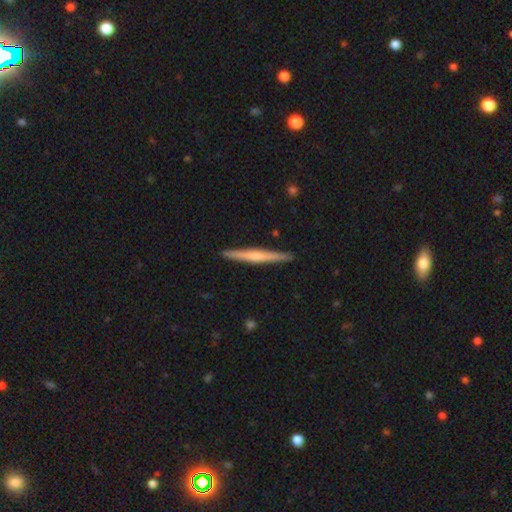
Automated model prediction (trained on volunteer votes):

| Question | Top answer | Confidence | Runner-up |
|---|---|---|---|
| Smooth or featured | featured or disk | 57% | smooth (38%) |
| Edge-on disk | yes | 98% | no (2%) |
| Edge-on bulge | rounded | 53% | none (34%) |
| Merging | none | 92% | minor disturbance (6%) |